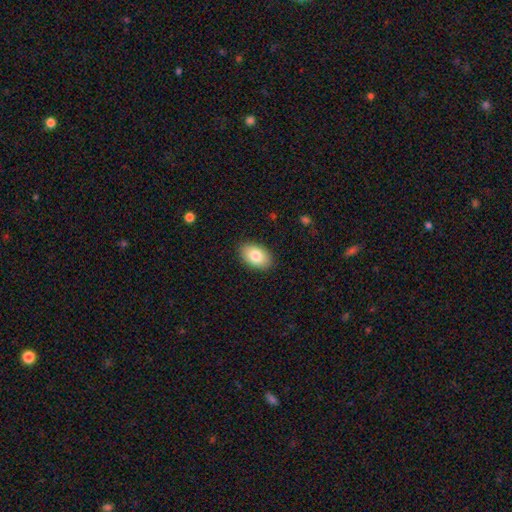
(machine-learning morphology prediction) Overall: smooth (82%). How rounded: in between (89%). Merging: none (88%).